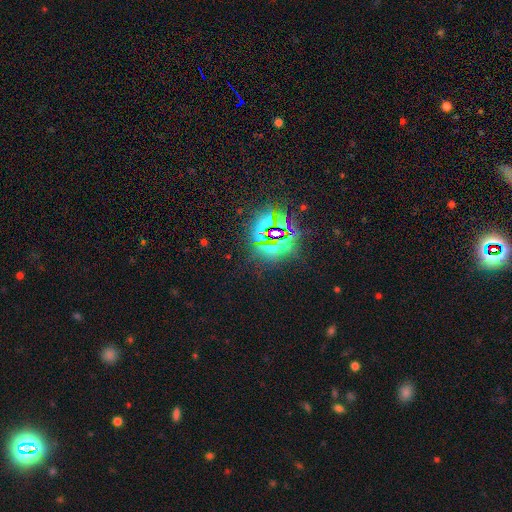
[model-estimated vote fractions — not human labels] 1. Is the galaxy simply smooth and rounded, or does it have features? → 83% star or artifact, 10% smooth, 7% featured or disk.